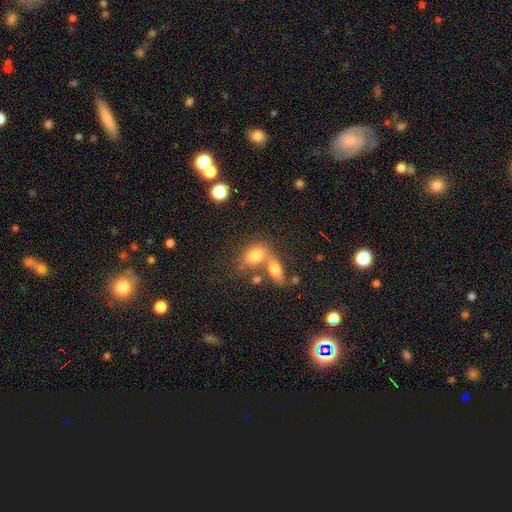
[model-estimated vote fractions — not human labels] Overall: smooth (76%). How rounded: in between (78%). Merging: merger (53%; none 32%).